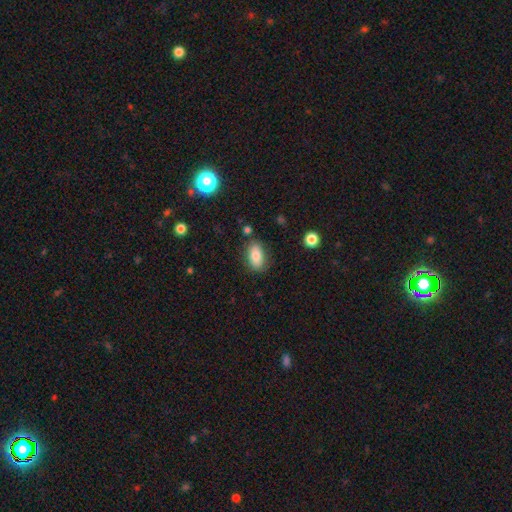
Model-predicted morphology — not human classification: This is clearly a smooth galaxy (82%). How rounded: clearly in between (90%). Merging: likely none (80%).